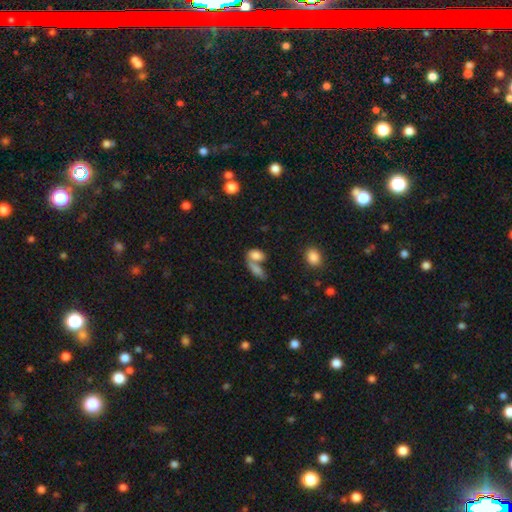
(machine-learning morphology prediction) Smooth or featured? smooth (80%)
How rounded? in between (82%)
Merging? merger (52%)